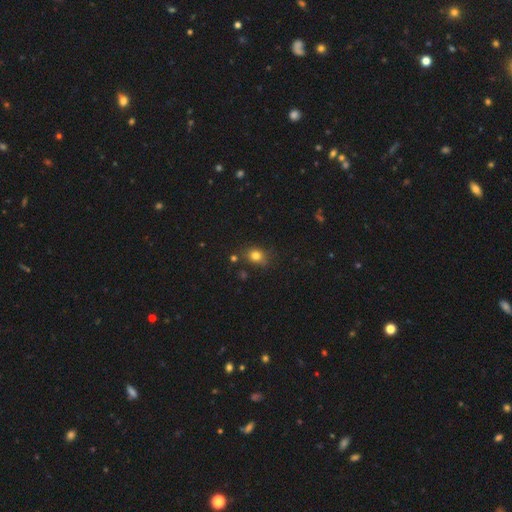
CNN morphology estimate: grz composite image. It shows a smooth galaxy with no disk features (79%) that is round (54%). Merging: none (75%).